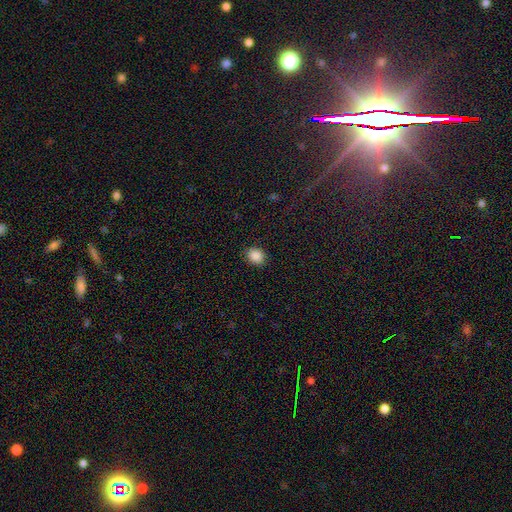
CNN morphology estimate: Overall: smooth (88%). How rounded: round (65%; in between 34%). Merging: none (89%).